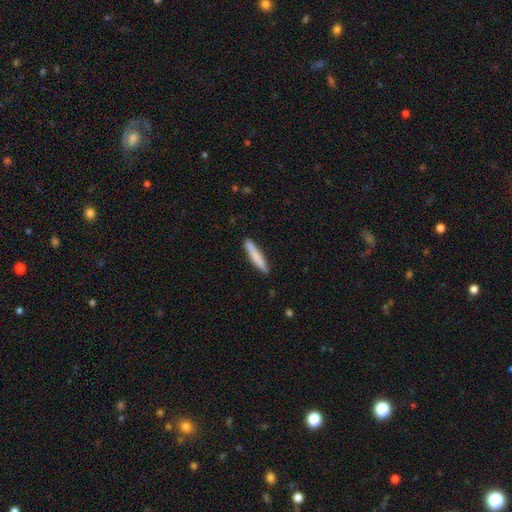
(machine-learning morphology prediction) smooth 78%, featured or disk 16%, star or artifact 6%. Down the decision tree: how rounded — cigar-shaped (92%); merging — none (85%).